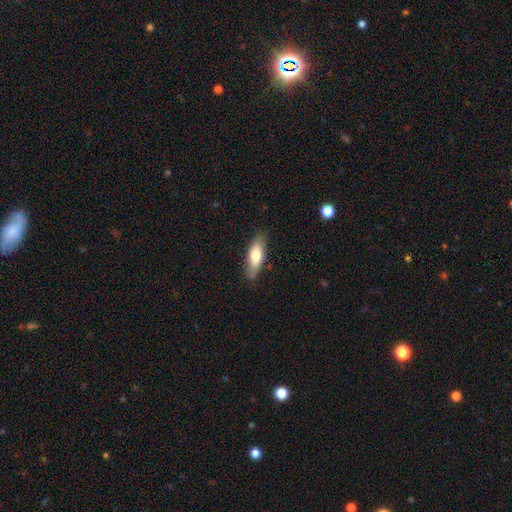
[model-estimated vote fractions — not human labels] Overall: smooth (71%). How rounded: in between (65%; cigar-shaped 32%). Merging: none (82%).